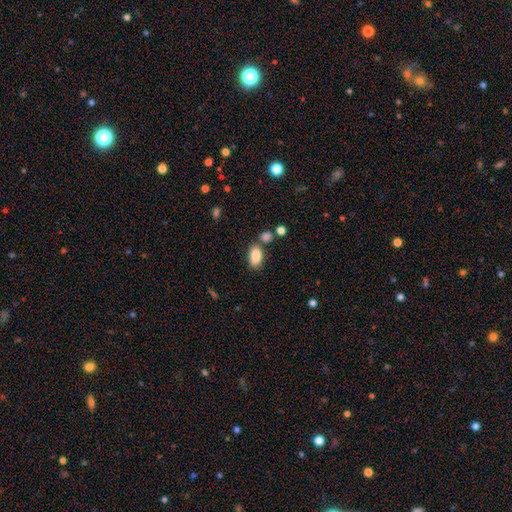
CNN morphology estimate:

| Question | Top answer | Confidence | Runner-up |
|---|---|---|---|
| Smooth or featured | smooth | 86% | star or artifact (8%) |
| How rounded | in between | 91% | round (5%) |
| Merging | none | 72% | minor disturbance (13%) |